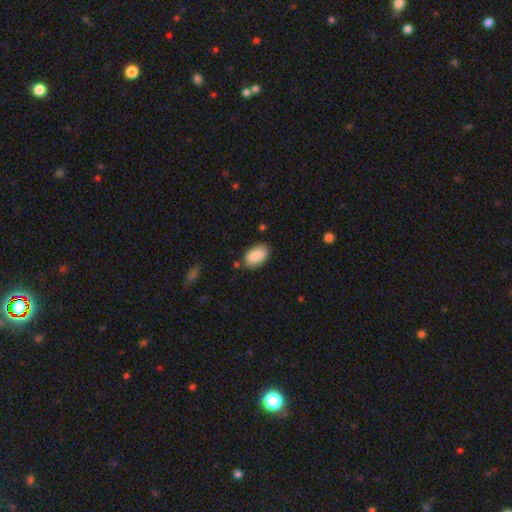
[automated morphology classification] The model was most divided on "merging": none: 80%, minor disturbance: 15%, major disturbance: 3%, merger: 3%. More confident: how rounded — in between (94%); smooth or featured — smooth (88%).